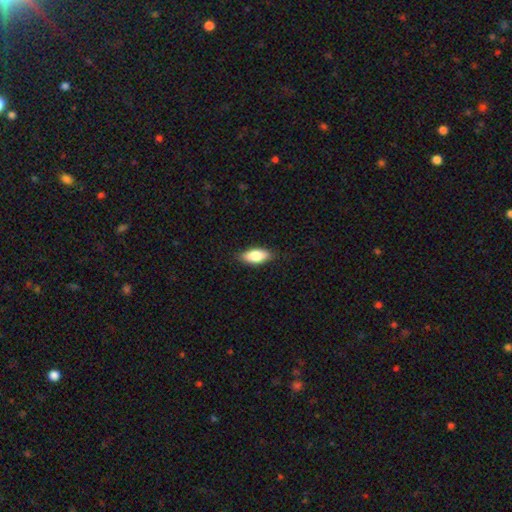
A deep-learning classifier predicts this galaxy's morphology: A smooth galaxy with no disk features (80%) that is in between round and cigar-shaped (84%).

Vote fractions:
- Smooth or featured? smooth: 80% / featured or disk: 14% / star or artifact: 6%
- How rounded? in between: 84% / cigar-shaped: 13% / round: 3%
- Merging? none: 86% / minor disturbance: 11% / major disturbance: 2% / merger: 1%